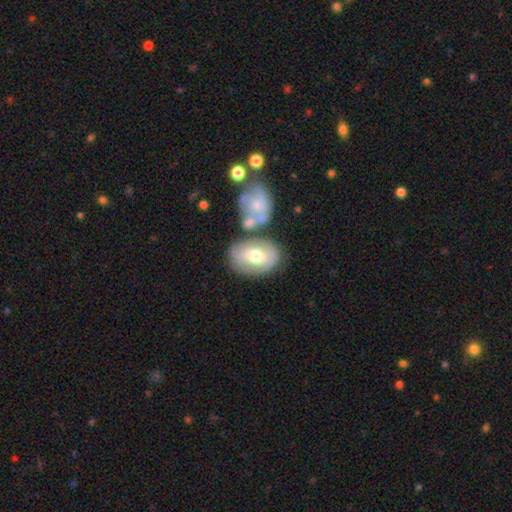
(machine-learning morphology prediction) smooth-or-featured: smooth: 47% | featured or disk: 46% | star or artifact: 7%
  merging: none: 53% | merger: 24% | minor disturbance: 17% | major disturbance: 6%